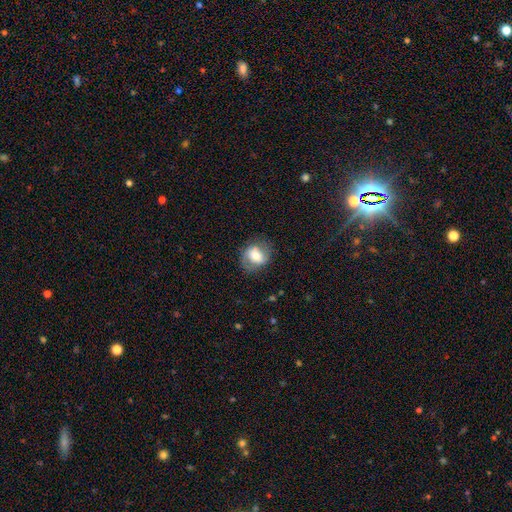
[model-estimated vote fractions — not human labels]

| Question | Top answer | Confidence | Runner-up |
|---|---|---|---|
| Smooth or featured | smooth | 53% | featured or disk (39%) |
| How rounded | round | 58% | in between (41%) |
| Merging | none | 71% | minor disturbance (18%) |